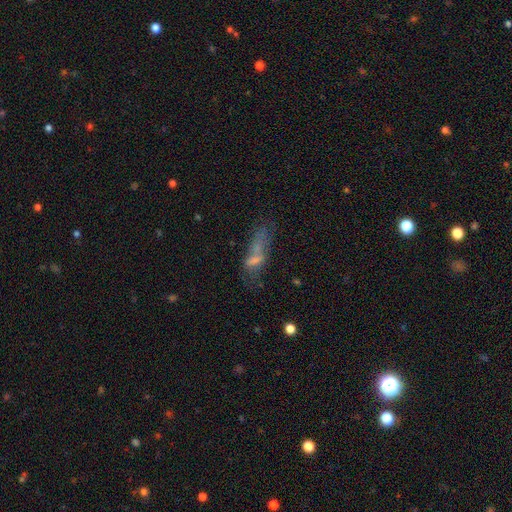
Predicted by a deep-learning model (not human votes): A smooth galaxy with no disk features (48%).

Vote fractions:
- Smooth or featured? smooth: 48% / featured or disk: 35% / star or artifact: 16%
- Merging? none: 34% / major disturbance: 27% / minor disturbance: 20% / merger: 19%